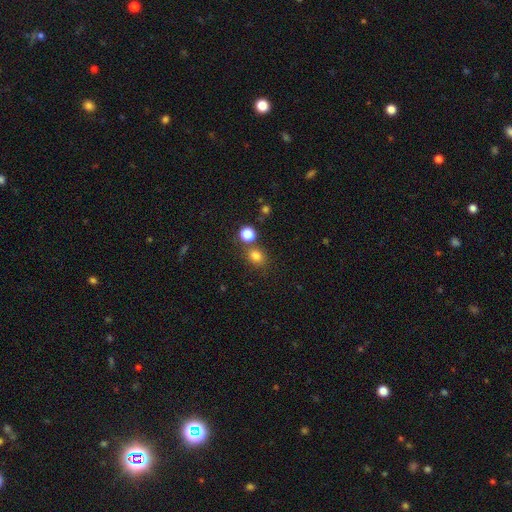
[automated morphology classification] smooth_or_featured: smooth (p=0.80) [alt: star or artifact p=0.15]
how_rounded: round (p=0.63) [alt: in between p=0.36]
merging: none (p=0.70) [alt: merger p=0.16]